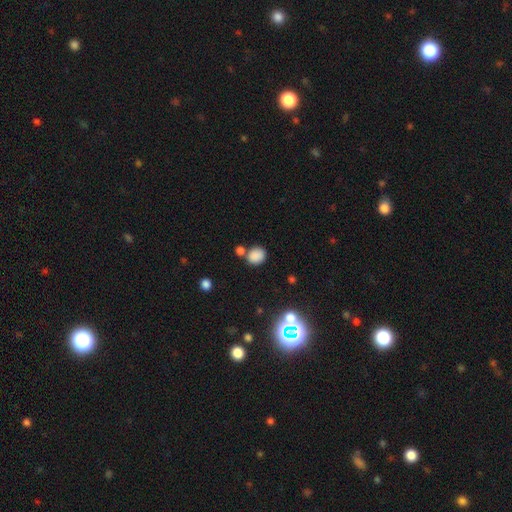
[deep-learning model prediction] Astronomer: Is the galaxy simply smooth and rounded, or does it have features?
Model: smooth — 82%.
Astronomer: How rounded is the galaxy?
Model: round — 77%.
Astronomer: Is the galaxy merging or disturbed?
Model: none — 66%.